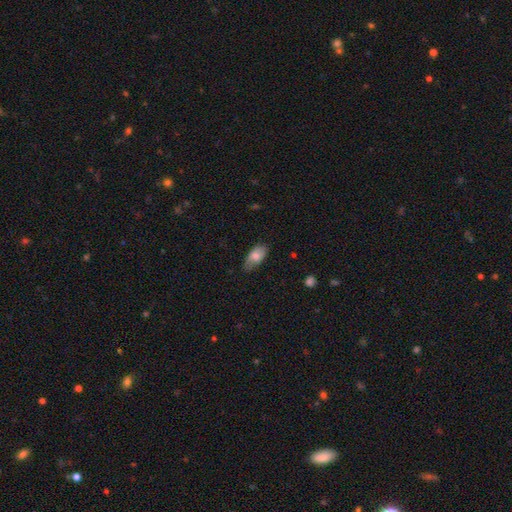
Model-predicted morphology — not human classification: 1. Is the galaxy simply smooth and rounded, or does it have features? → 75% smooth, 18% featured or disk, 7% star or artifact.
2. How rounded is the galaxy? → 91% in between, 6% cigar-shaped, 3% round.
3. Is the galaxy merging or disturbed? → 67% none, 27% minor disturbance, 5% major disturbance, 1% merger.